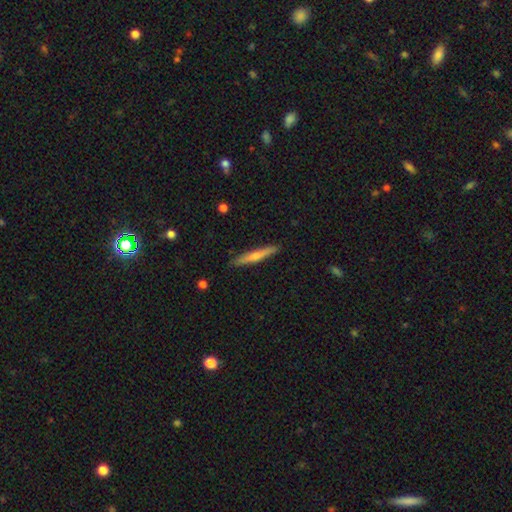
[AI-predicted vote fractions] Q: Smooth or featured?
A: smooth (57%); runner-up: featured or disk (37%)
Q: How rounded?
A: cigar-shaped (93%); runner-up: in between (5%)
Q: Merging?
A: none (89%); runner-up: minor disturbance (8%)